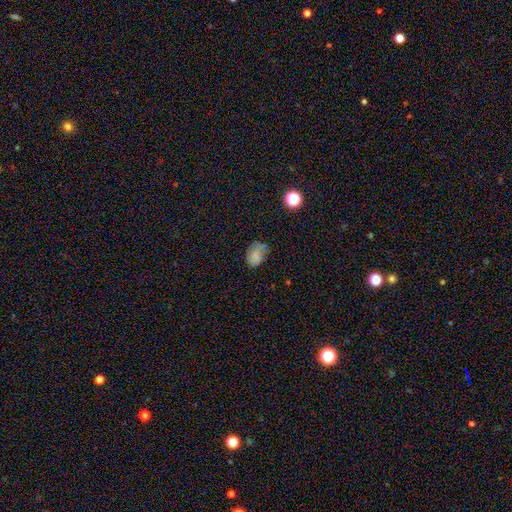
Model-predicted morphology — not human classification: The model was most divided on "merging": none: 48%, minor disturbance: 34%, major disturbance: 16%, merger: 3%. More confident: how rounded — in between (72%); smooth or featured — smooth (68%).